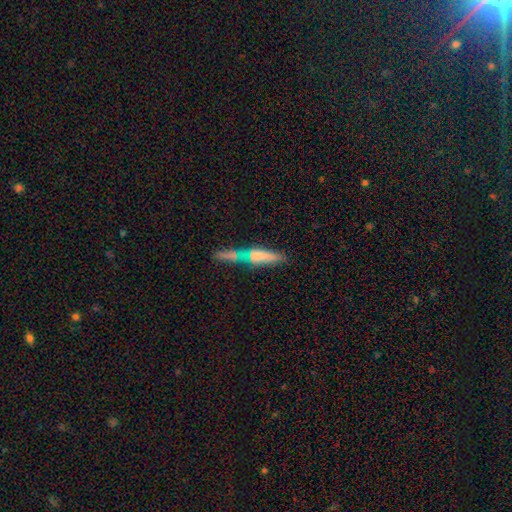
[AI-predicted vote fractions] smooth-or-featured: smooth: 52% | featured or disk: 39% | star or artifact: 9%
  how-rounded: cigar-shaped: 84% | in between: 14% | round: 2%
  merging: none: 42% | merger: 35% | minor disturbance: 15% | major disturbance: 8%